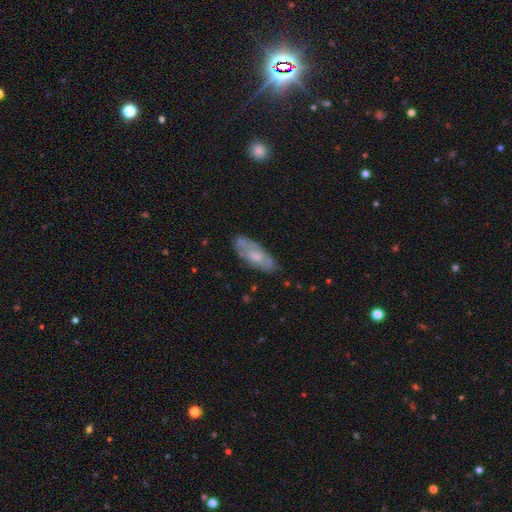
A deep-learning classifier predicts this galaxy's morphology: Smooth or featured: smooth — 47% (featured or disk — 46%)
Merging: none — 67% (minor disturbance — 23%)